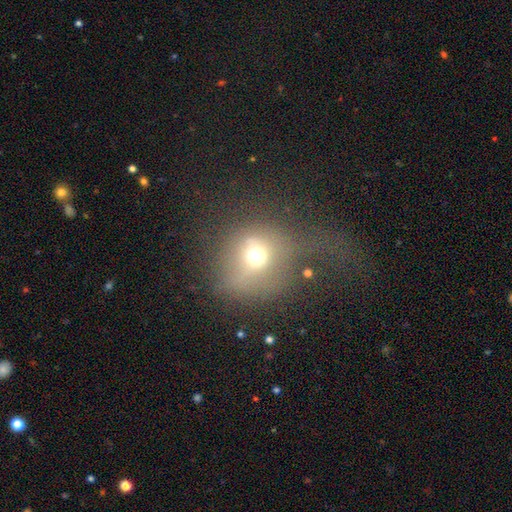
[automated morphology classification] Smooth or featured? Predicted: smooth (p=0.60). How rounded? Predicted: round (p=0.82). Merging? Predicted: none (p=0.36).